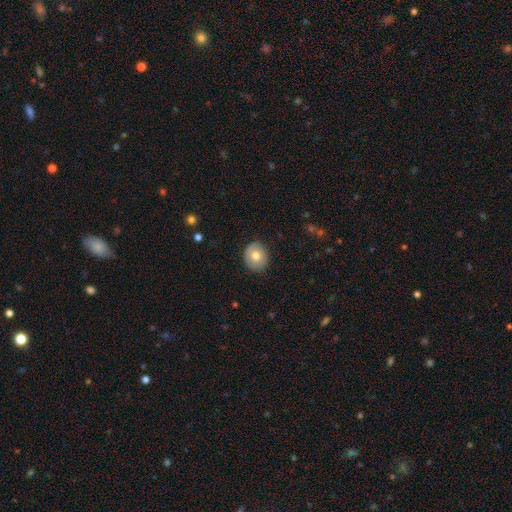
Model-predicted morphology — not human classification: smooth 73%, featured or disk 20%, star or artifact 8%. Down the decision tree: how rounded — round (71%); merging — none (88%).